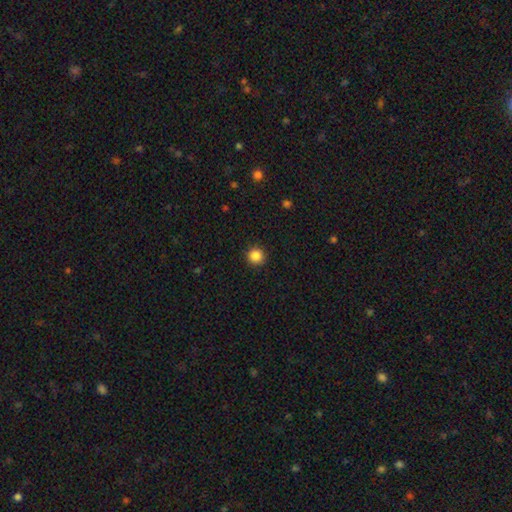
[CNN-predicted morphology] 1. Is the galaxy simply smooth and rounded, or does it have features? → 86% smooth, 11% star or artifact, 3% featured or disk.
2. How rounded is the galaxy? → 95% round, 4% in between, 1% cigar-shaped.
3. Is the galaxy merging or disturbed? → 93% none, 5% minor disturbance, 2% major disturbance, 1% merger.